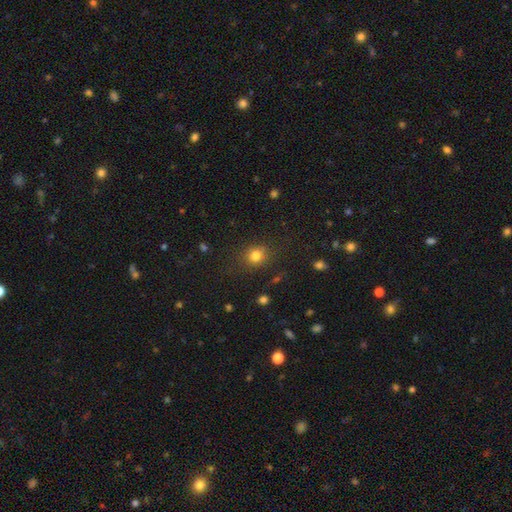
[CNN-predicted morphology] The model was most divided on "how rounded": round: 75%, in between: 24%, cigar-shaped: 1%. More confident: merging — none (81%); smooth or featured — smooth (79%).